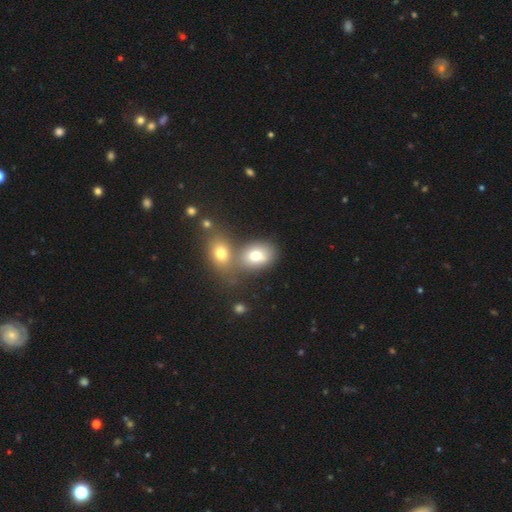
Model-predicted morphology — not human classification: Overall: smooth (75%). How rounded: in between (70%). Merging: none (43%; merger 42%).